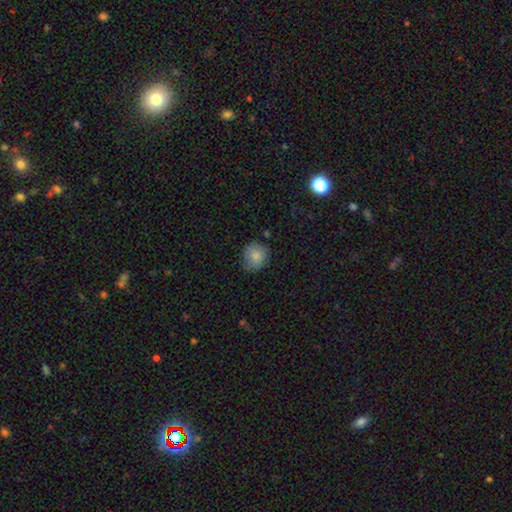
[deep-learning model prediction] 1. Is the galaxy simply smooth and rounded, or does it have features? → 83% smooth, 9% featured or disk, 8% star or artifact.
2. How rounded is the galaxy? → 83% round, 16% in between, 1% cigar-shaped.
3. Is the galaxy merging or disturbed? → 76% none, 19% minor disturbance, 4% major disturbance, 1% merger.